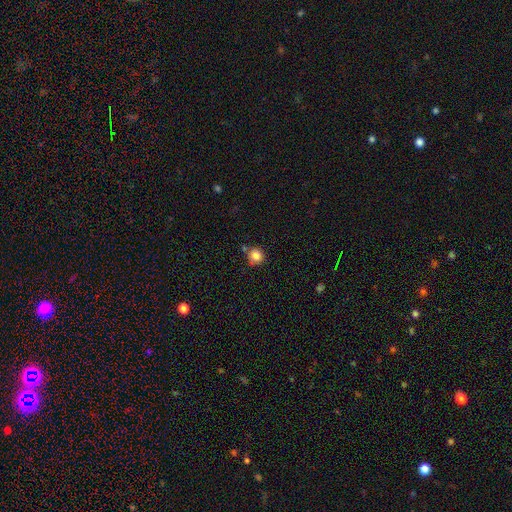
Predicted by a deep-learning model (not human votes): Morphology: type=smooth (84%); roundness=round (92%); merging=none (74%).